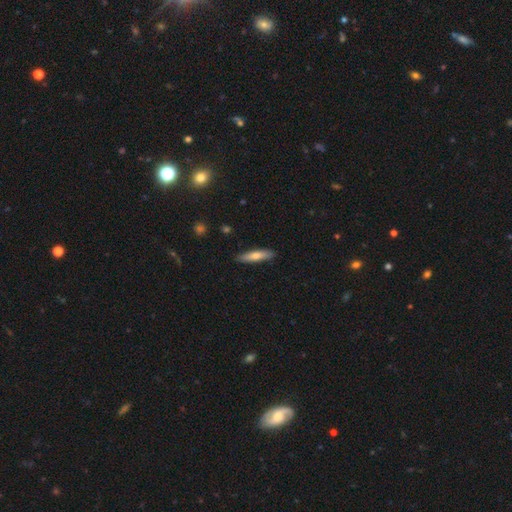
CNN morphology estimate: A smooth galaxy with no disk features (68%) that is cigar-shaped (83%). Merging: none (89%).